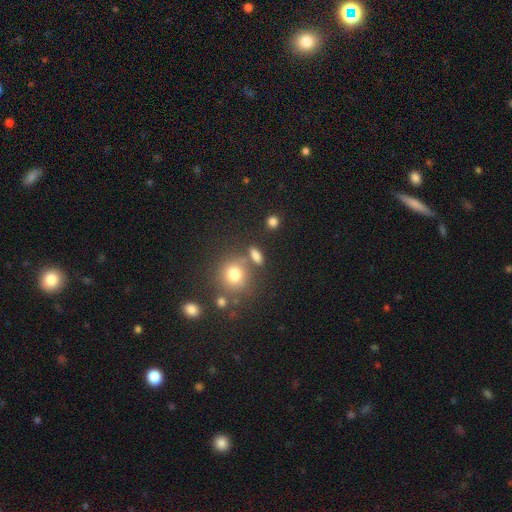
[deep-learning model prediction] Q: Smooth or featured?
A: smooth (77%); runner-up: star or artifact (13%)
Q: How rounded?
A: in between (54%); runner-up: round (29%)
Q: Merging?
A: none (71%); runner-up: merger (13%)